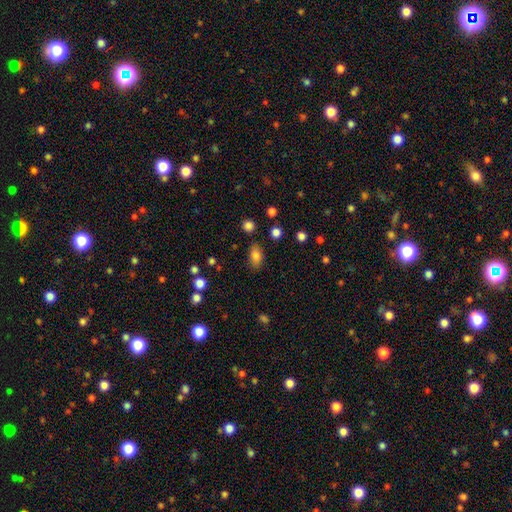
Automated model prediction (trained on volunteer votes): Smooth or featured: smooth — 81% (star or artifact — 10%)
How rounded: in between — 86% (round — 11%)
Merging: none — 83% (minor disturbance — 12%)